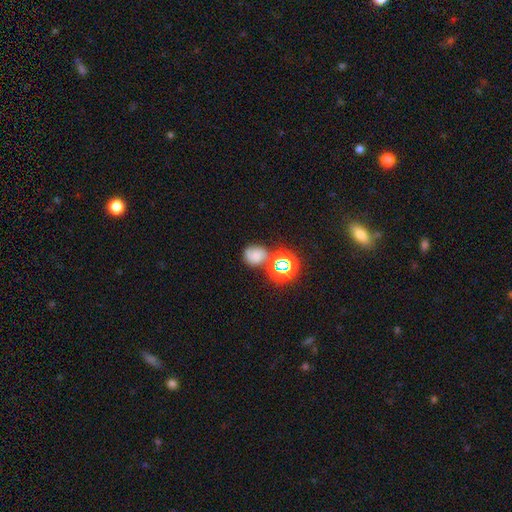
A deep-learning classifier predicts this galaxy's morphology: smooth-or-featured: smooth: 60% | star or artifact: 23% | featured or disk: 16%
  how-rounded: round: 69% | in between: 30% | cigar-shaped: 1%
  merging: none: 58% | minor disturbance: 18% | merger: 16% | major disturbance: 7%